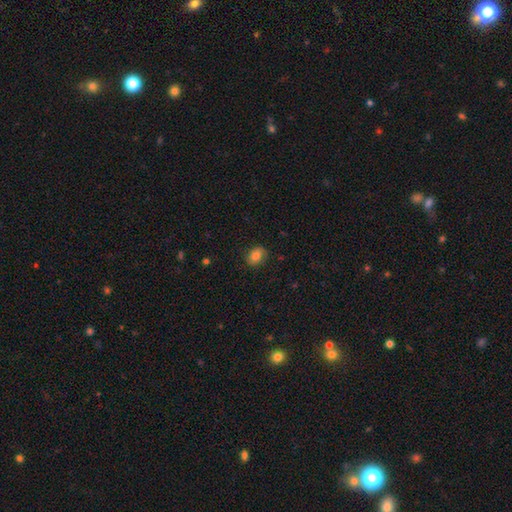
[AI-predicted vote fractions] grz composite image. It shows a smooth galaxy with no disk features (82%) that is in between round and cigar-shaped (69%). Merging: none (81%).